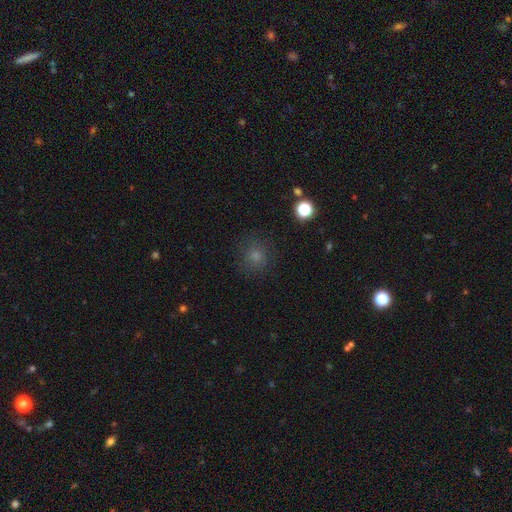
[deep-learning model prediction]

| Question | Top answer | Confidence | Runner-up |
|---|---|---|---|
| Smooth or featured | smooth | 77% | star or artifact (17%) |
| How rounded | round | 89% | in between (10%) |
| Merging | none | 84% | minor disturbance (10%) |